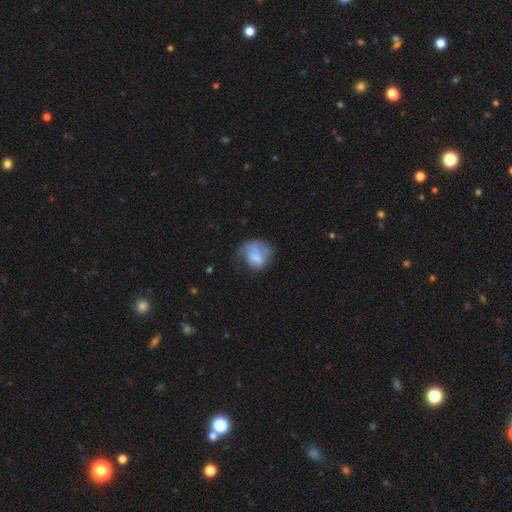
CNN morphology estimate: Overall: smooth (61%; featured or disk 31%). How rounded: round (61%; in between 38%). Merging: none (36%; major disturbance 31%).